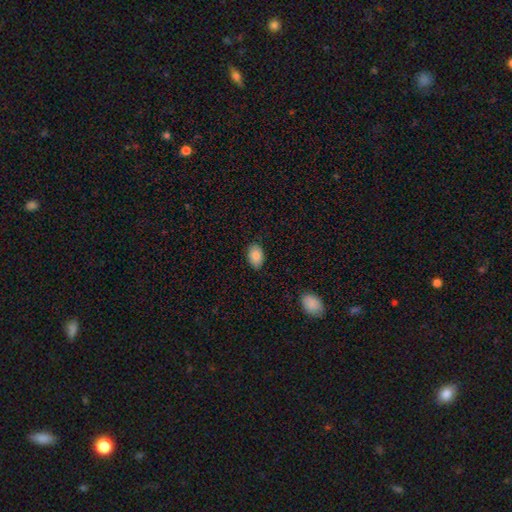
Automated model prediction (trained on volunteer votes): Smooth or featured? Predicted: smooth (p=0.86). How rounded? Predicted: in between (p=0.88). Merging? Predicted: none (p=0.85).